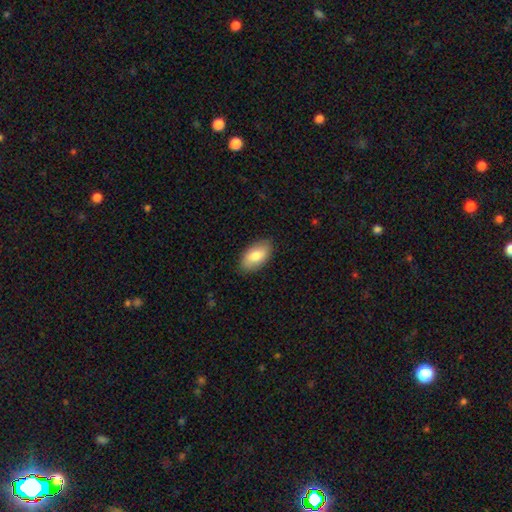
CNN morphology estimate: smooth_or_featured: smooth (p=0.78) [alt: featured or disk p=0.16]
how_rounded: in between (p=0.94) [alt: round p=0.04]
merging: none (p=0.86) [alt: minor disturbance p=0.11]